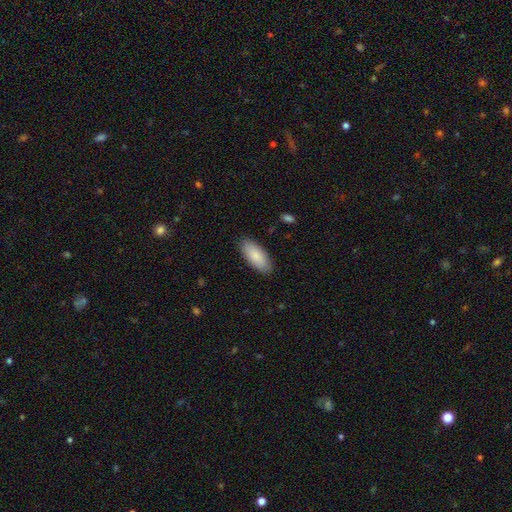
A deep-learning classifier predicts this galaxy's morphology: Smooth or featured: smooth — 87% (featured or disk — 8%)
How rounded: in between — 87% (cigar-shaped — 12%)
Merging: none — 87% (minor disturbance — 10%)